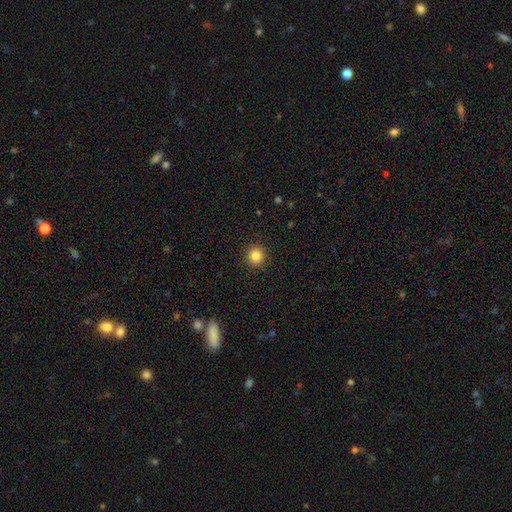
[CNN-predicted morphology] The model was most divided on "smooth or featured": smooth: 84%, star or artifact: 11%, featured or disk: 5%. More confident: how rounded — round (94%); merging — none (92%).